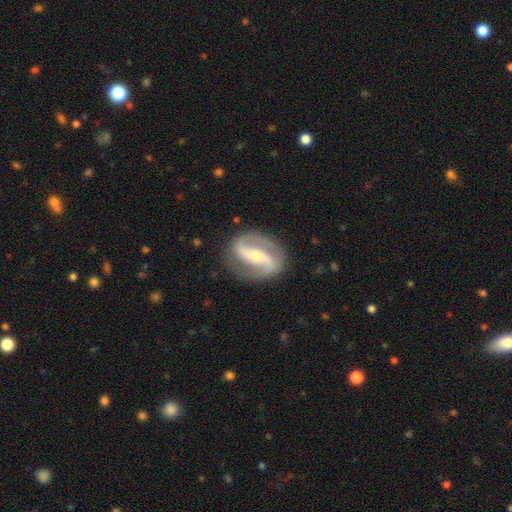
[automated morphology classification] A featured or disk galaxy (87%) with a strong bar (55%), 2 (92%) medium (45%) spiral arms (94%) and a small central bulge (53%). Merging: none (83%).